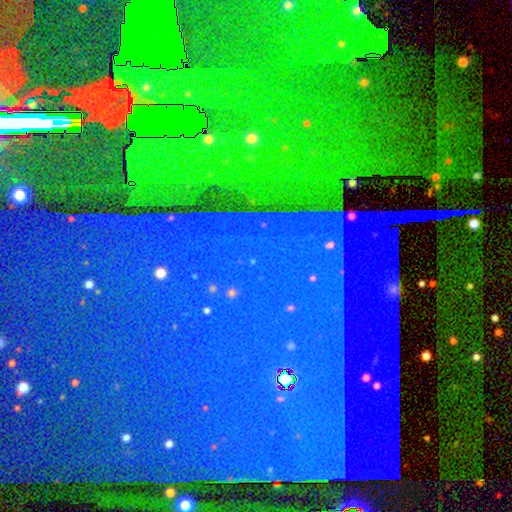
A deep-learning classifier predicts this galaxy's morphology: Smooth or featured? Predicted: star or artifact (p=0.88).